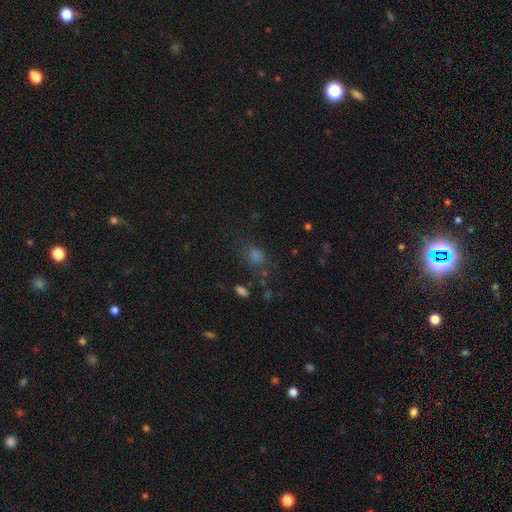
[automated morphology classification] Overall: smooth (65%; star or artifact 26%). How rounded: round (50%; in between 47%). Merging: none (68%).